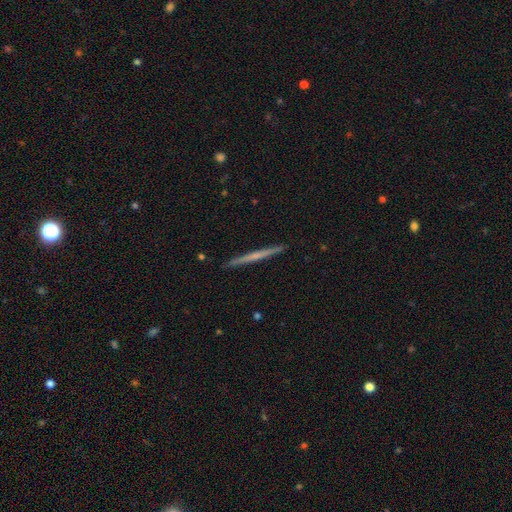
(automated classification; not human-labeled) A featured or disk galaxy (56%) viewed edge-on (98%) with no central bulge (76%).

Vote fractions:
- Smooth or featured? featured or disk: 56% / smooth: 39% / star or artifact: 5%
- Edge-on disk? yes: 98% / no: 2%
- Edge-on bulge? none: 76% / rounded: 19% / boxy: 5%
- Merging? none: 93% / minor disturbance: 5% / major disturbance: 1% / merger: 1%